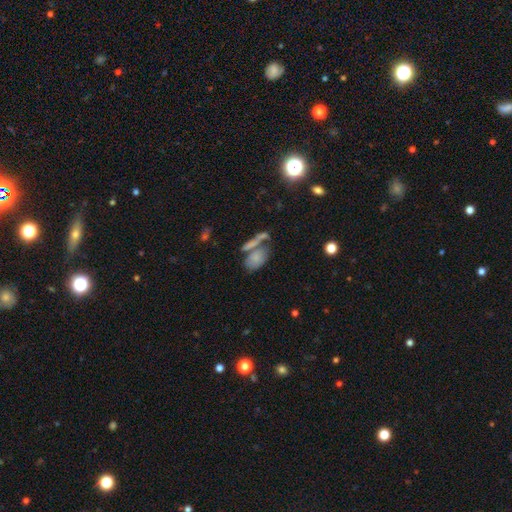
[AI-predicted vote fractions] Smooth or featured: smooth — 66% (featured or disk — 20%)
How rounded: in between — 80% (round — 13%)
Merging: none — 40% (merger — 37%)